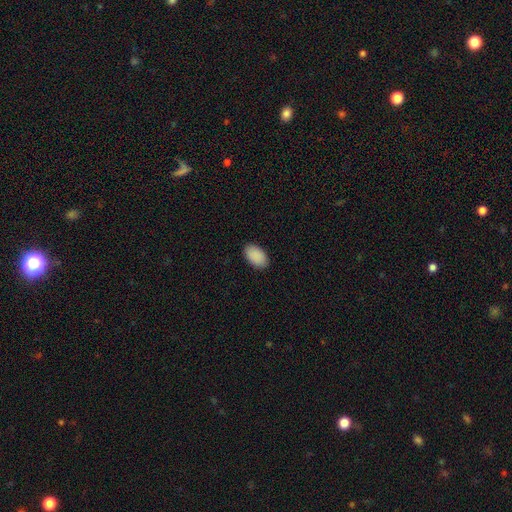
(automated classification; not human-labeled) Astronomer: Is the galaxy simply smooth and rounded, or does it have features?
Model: smooth — 91%.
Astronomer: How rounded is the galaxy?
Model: in between — 94%.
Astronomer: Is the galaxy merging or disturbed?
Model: none — 89%.